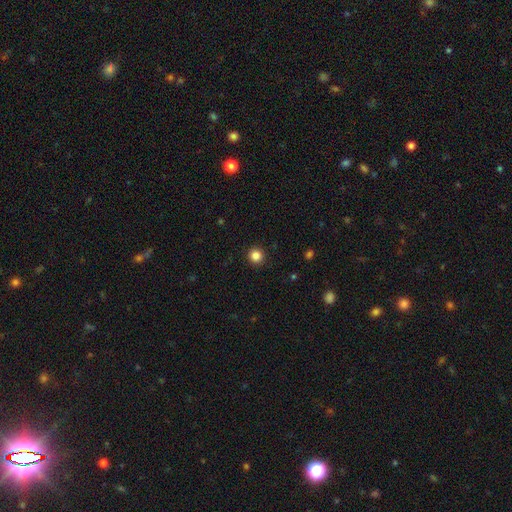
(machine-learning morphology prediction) Overall: smooth (85%). How rounded: round (95%). Merging: none (93%).